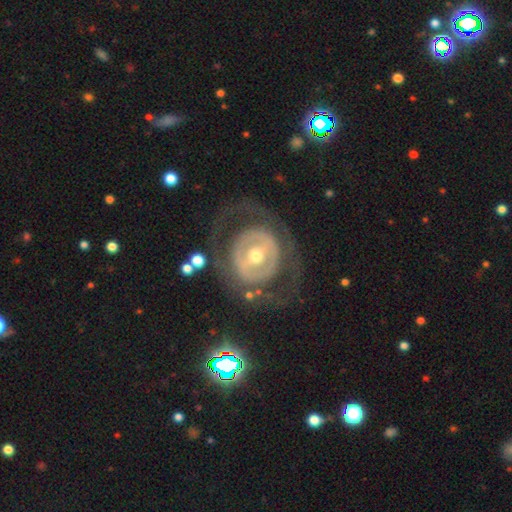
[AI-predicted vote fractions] This is likely a featured or disk galaxy (73%). It is clearly not viewed edge-on (95%). Bar: marginally no (36%). Spiral arm pattern: likely no (69%). Central bulge: likely moderate (62%). Merging: likely none (70%).